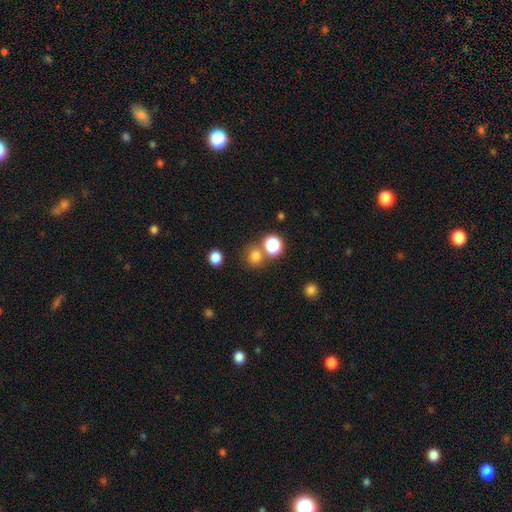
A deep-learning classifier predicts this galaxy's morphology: smooth 76%, star or artifact 17%, featured or disk 6%. Down the decision tree: how rounded — round (85%); merging — none (66%).